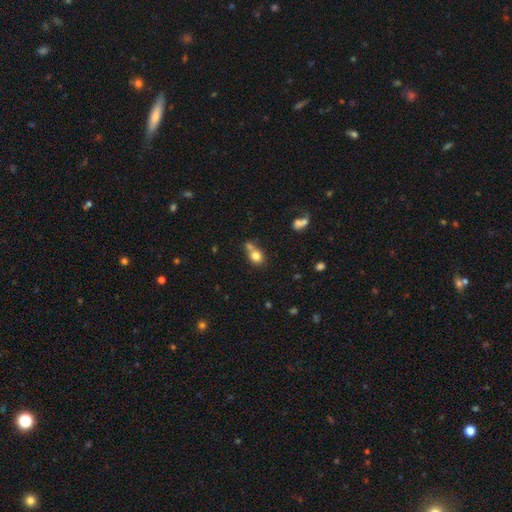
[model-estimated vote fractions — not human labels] Smooth or featured: smooth — 78% (featured or disk — 11%)
How rounded: round — 63% (in between — 35%)
Merging: merger — 43% (none — 41%)